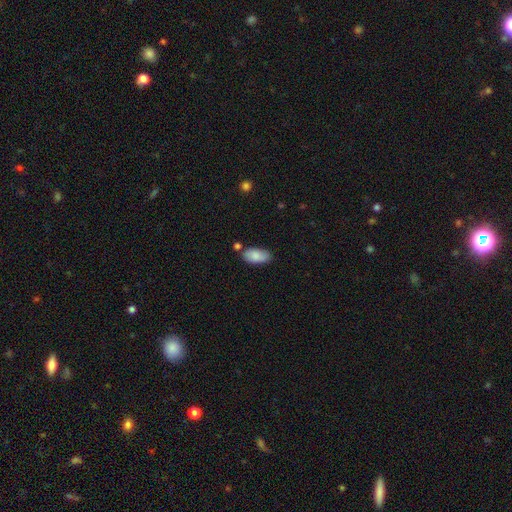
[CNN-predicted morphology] This is clearly a smooth galaxy (83%). How rounded: clearly in between (93%). Merging: likely none (71%).